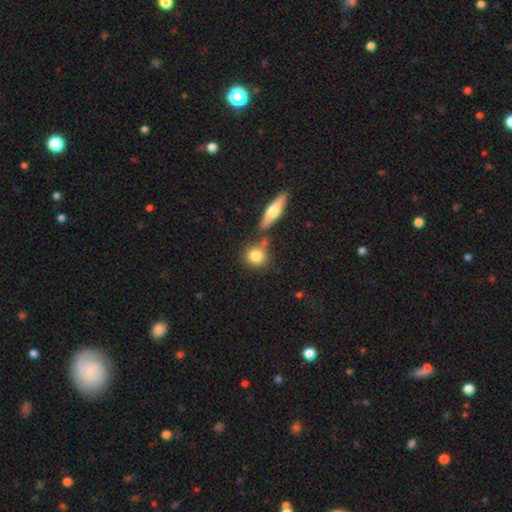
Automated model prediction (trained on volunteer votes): Smooth or featured? Predicted: smooth (p=0.81). How rounded? Predicted: round (p=0.77). Merging? Predicted: none (p=0.63).